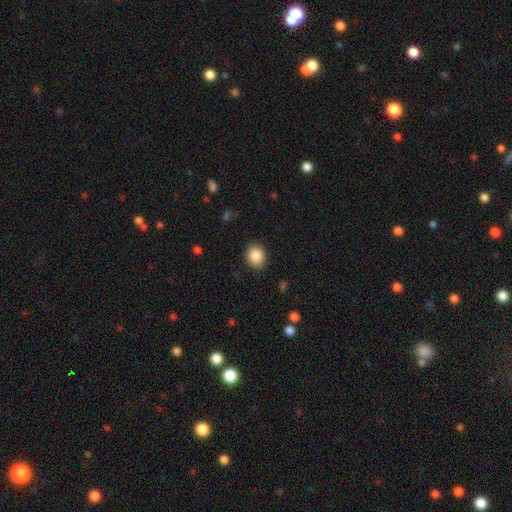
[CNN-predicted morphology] This is clearly a smooth galaxy (87%). How rounded: likely round (64%). Merging: clearly none (89%).